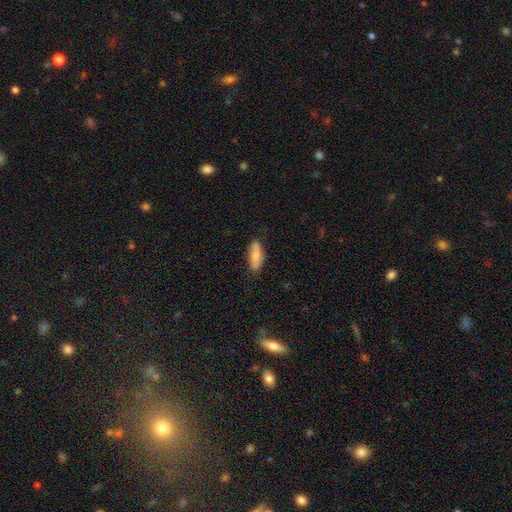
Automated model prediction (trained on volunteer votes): smooth 65%, featured or disk 29%, star or artifact 6%. Down the decision tree: how rounded — in between (66%); merging — none (74%).